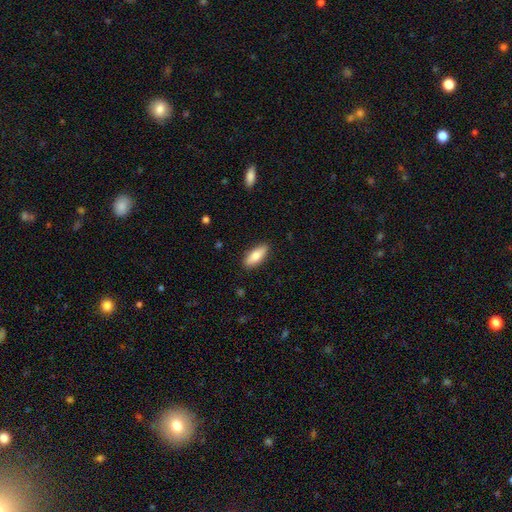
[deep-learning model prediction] The model was most divided on "how rounded": in between: 74%, cigar-shaped: 24%, round: 2%. More confident: merging — none (87%); smooth or featured — smooth (76%).